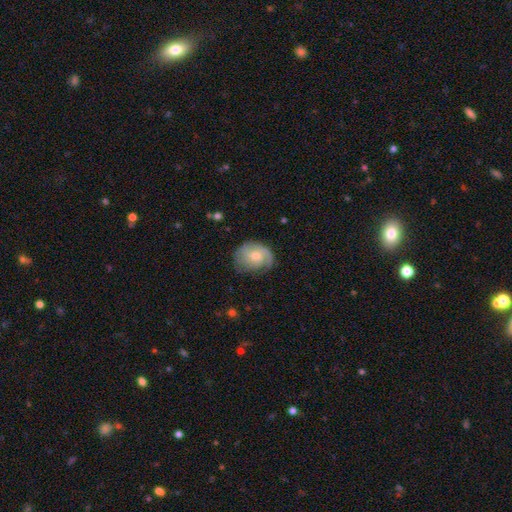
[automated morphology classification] Smooth or featured: featured or disk — 61% (smooth — 32%)
Edge-on disk: no — 97% (yes — 3%)
Bar: no — 66% (weak — 30%)
Spiral arms: yes — 87% (no — 13%)
Spiral winding: tight — 44% (medium — 36%)
Spiral arm count: 1 — 39% (2 — 27%)
Bulge size: moderate — 53% (small — 35%)
Merging: none — 62% (minor disturbance — 24%)